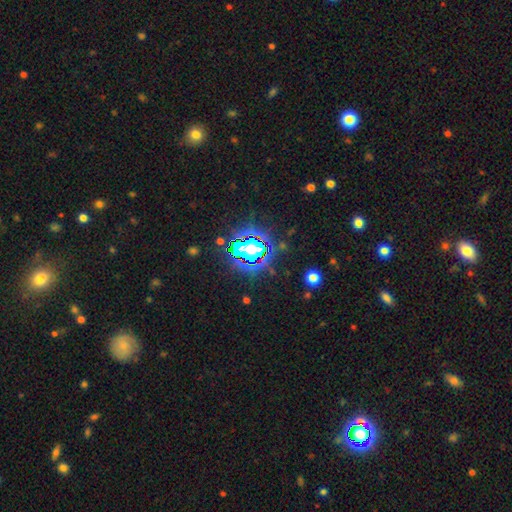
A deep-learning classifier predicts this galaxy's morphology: Smooth or featured? Predicted: star or artifact (p=0.66).